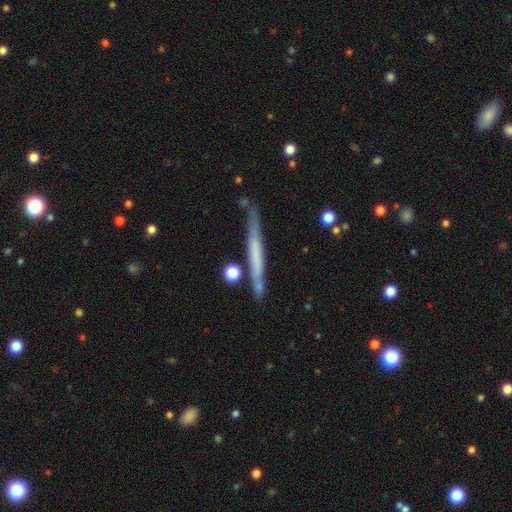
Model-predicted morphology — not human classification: Smooth or featured? featured or disk (49%)
Merging? none (78%)